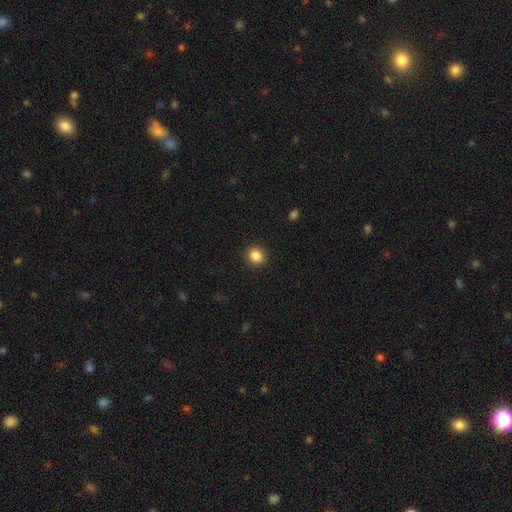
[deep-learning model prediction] Smooth or featured? smooth (86%)
How rounded? round (87%)
Merging? none (92%)